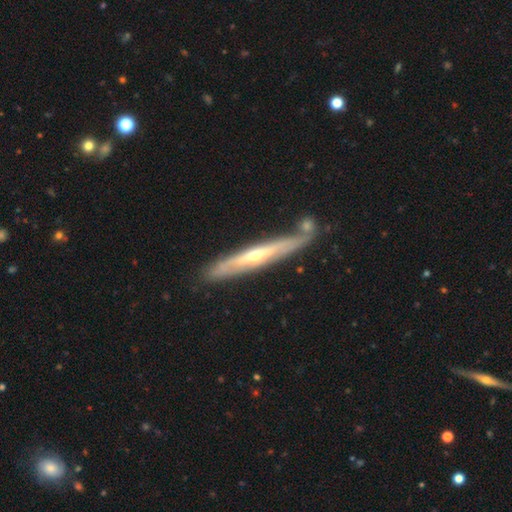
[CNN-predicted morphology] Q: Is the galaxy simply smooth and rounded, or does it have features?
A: featured or disk — 74%.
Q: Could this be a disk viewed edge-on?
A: yes — 83%.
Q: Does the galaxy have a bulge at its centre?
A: rounded — 75%.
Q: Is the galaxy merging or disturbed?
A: none — 69%.